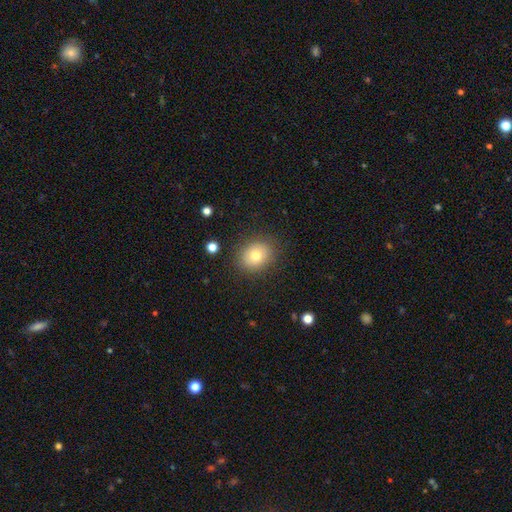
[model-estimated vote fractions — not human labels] The model was most divided on "how rounded": round: 57%, in between: 42%, cigar-shaped: 1%. More confident: merging — none (86%); smooth or featured — smooth (76%).